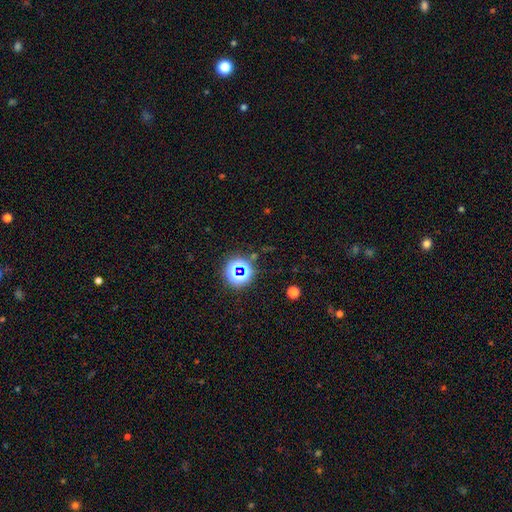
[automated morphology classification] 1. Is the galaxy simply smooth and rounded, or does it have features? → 74% star or artifact, 17% smooth, 9% featured or disk.